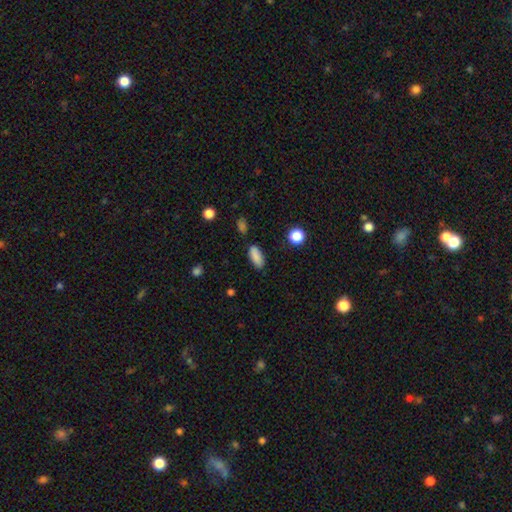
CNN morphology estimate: Smooth or featured? smooth (87%)
How rounded? in between (83%)
Merging? none (83%)